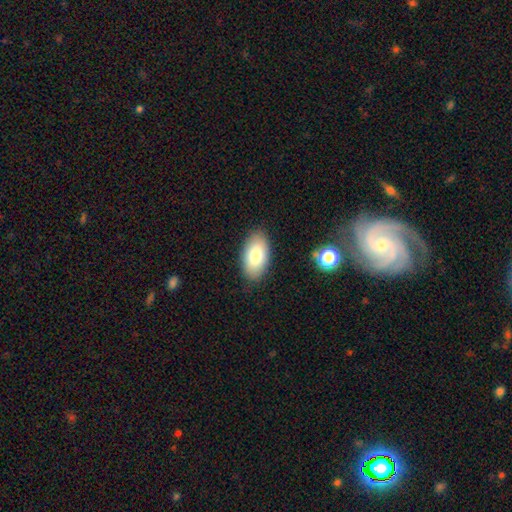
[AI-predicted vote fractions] smooth_or_featured: smooth (p=0.80) [alt: featured or disk p=0.13]
how_rounded: in between (p=0.95) [alt: round p=0.03]
merging: none (p=0.87) [alt: minor disturbance p=0.10]